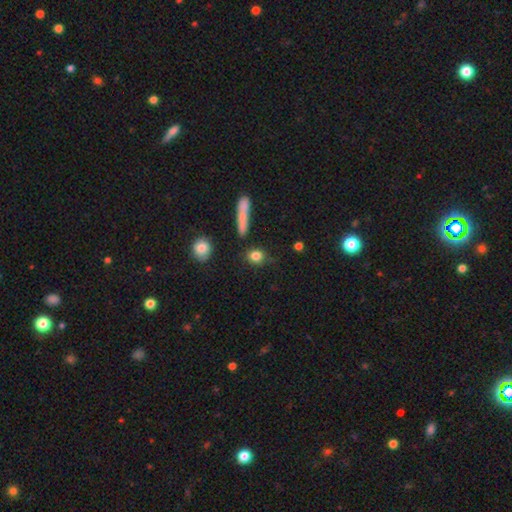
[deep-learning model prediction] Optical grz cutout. It shows a smooth galaxy with no disk features (83%) that is round (63%). Merging: none (76%).